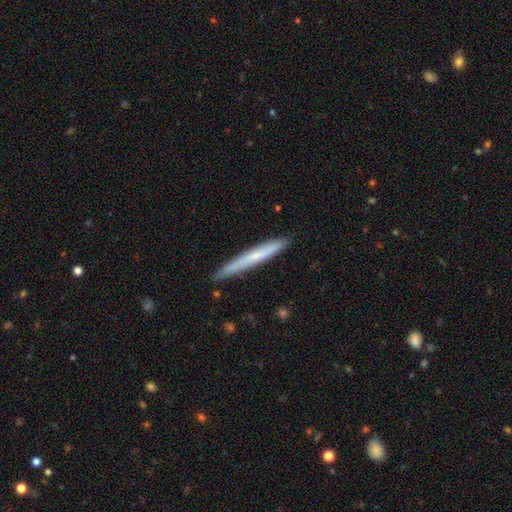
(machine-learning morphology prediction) This is possibly a smooth galaxy (55%). How rounded: clearly cigar-shaped (97%). Merging: clearly none (87%).